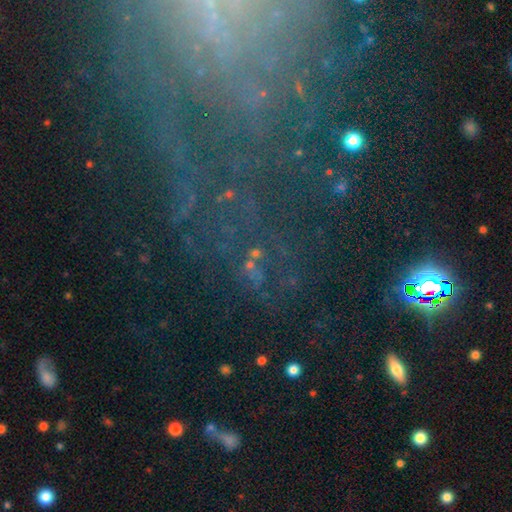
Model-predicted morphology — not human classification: star or artifact 59%, featured or disk 24%, smooth 17%.